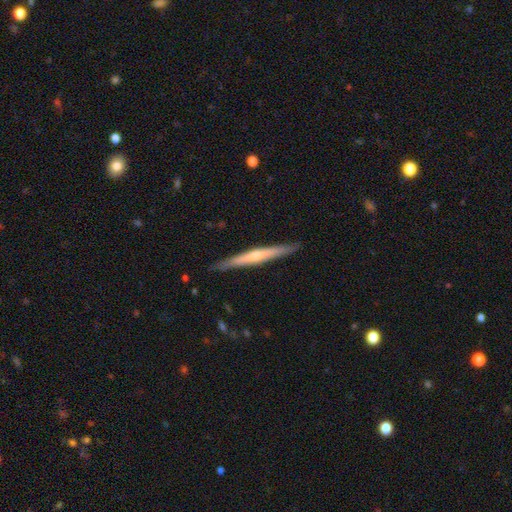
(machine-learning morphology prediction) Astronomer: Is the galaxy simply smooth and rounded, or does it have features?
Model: featured or disk — 60% (runner-up: smooth, 35%).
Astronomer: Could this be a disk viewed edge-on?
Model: yes — 97%.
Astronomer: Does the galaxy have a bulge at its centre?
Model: rounded — 54% (runner-up: none, 39%).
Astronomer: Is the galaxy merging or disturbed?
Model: none — 90%.